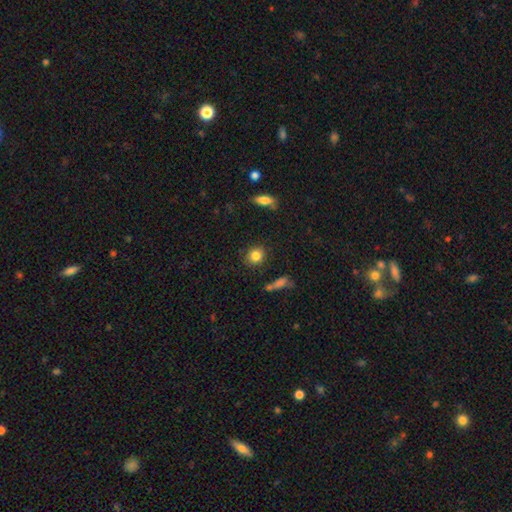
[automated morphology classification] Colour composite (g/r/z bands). It shows a smooth galaxy with no disk features (84%) that is round (75%). Merging: none (82%).